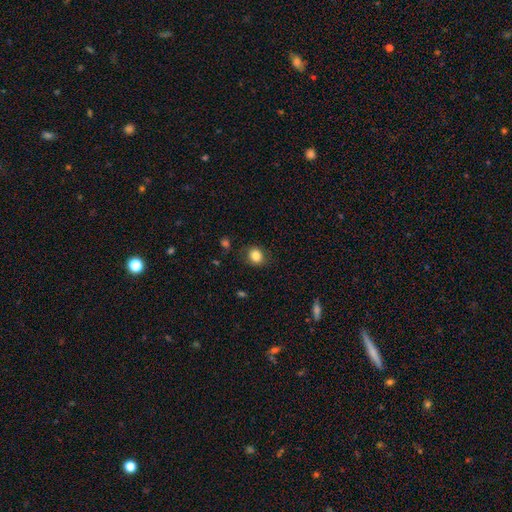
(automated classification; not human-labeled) smooth_or_featured: smooth (p=0.84) [alt: star or artifact p=0.10]
how_rounded: round (p=0.68) [alt: in between p=0.31]
merging: none (p=0.83) [alt: minor disturbance p=0.12]